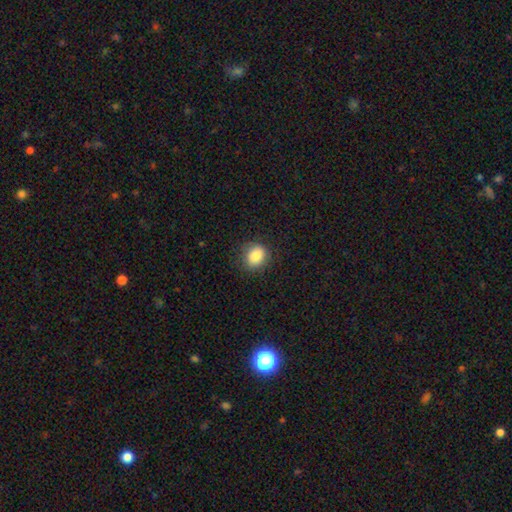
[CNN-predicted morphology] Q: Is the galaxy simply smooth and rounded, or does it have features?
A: smooth — 85%.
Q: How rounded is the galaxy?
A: round — 66%.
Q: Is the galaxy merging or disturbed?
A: none — 81%.